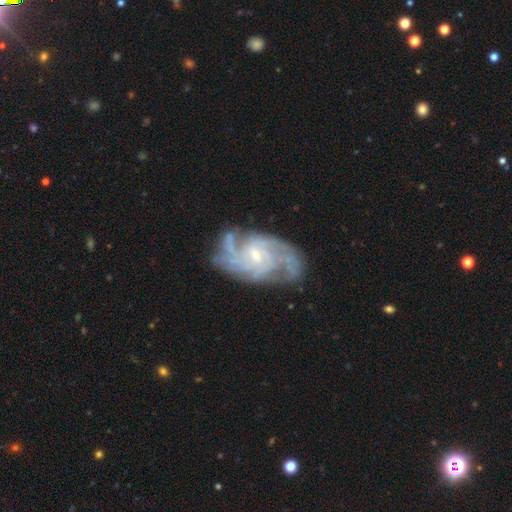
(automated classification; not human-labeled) Q: Smooth or featured?
A: featured or disk (88%); runner-up: smooth (6%)
Q: Edge-on disk?
A: no (97%); runner-up: yes (3%)
Q: Bar?
A: weak (46%); runner-up: no (45%)
Q: Spiral arms?
A: yes (97%); runner-up: no (3%)
Q: Spiral winding?
A: tight (44%); tied with: medium (44%)
Q: Spiral arm count?
A: can't tell (24%); runner-up: 4 (23%)
Q: Bulge size?
A: small (73%); runner-up: moderate (22%)
Q: Merging?
A: none (69%); runner-up: minor disturbance (19%)